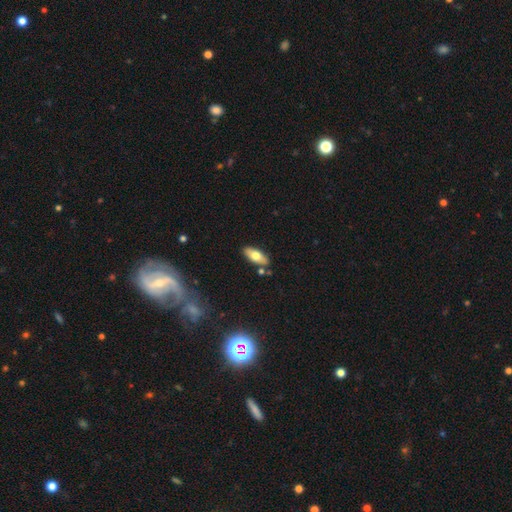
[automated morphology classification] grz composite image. It shows a smooth galaxy with no disk features (66%) that is in between round and cigar-shaped (76%). Merging: none (82%).